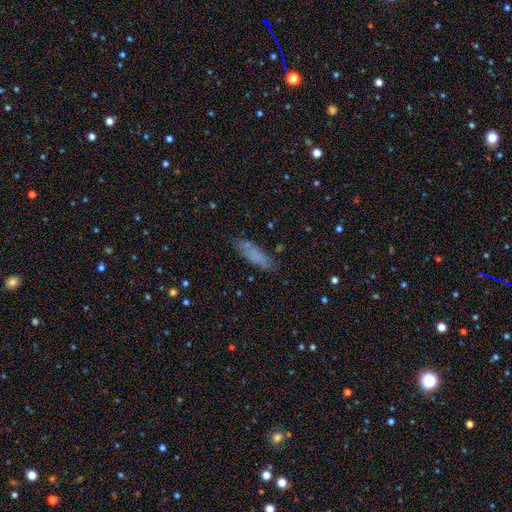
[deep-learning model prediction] Overall: smooth (73%). How rounded: cigar-shaped (55%; in between 43%). Merging: none (75%).